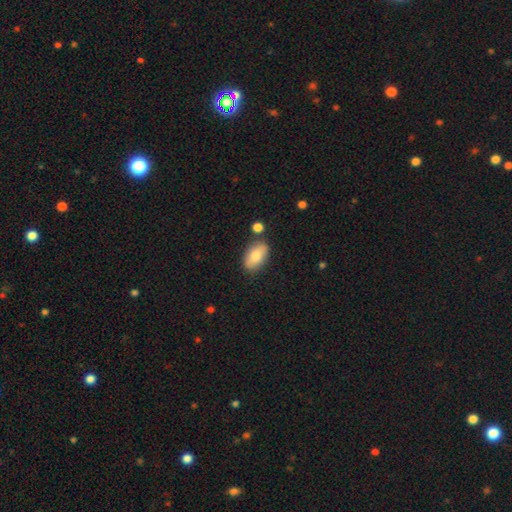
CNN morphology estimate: A smooth galaxy with no disk features (77%) that is in between round and cigar-shaped (92%). Merging: none (78%).